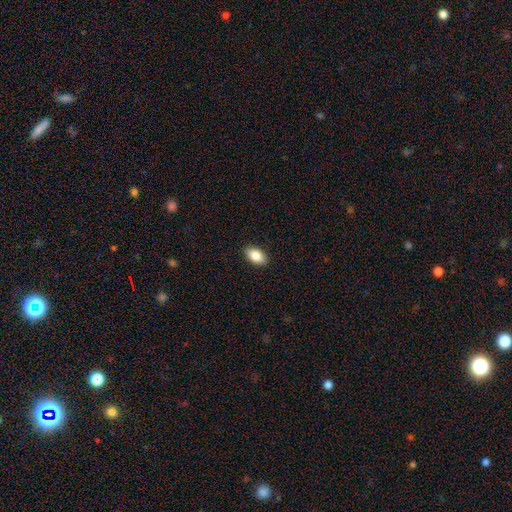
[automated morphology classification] Q: Smooth or featured?
A: smooth (87%); runner-up: star or artifact (7%)
Q: How rounded?
A: in between (93%); runner-up: round (6%)
Q: Merging?
A: none (90%); runner-up: minor disturbance (7%)